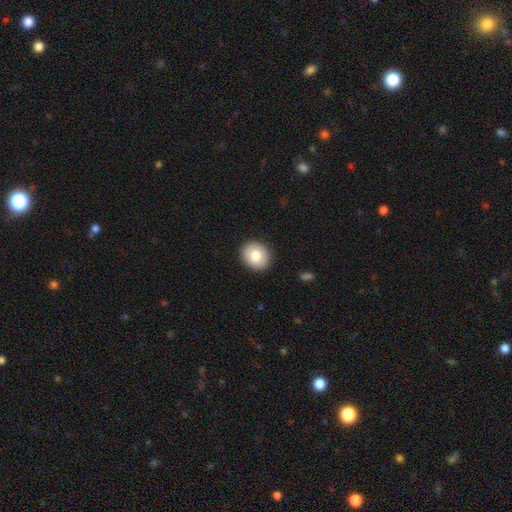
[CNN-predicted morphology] Q: Smooth or featured?
A: smooth (78%); runner-up: featured or disk (14%)
Q: How rounded?
A: round (72%); runner-up: in between (28%)
Q: Merging?
A: none (91%); runner-up: minor disturbance (7%)